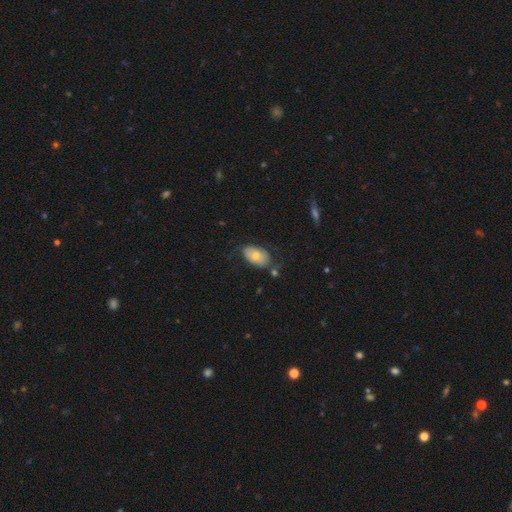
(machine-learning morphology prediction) A smooth galaxy with no disk features (68%) that is in between round and cigar-shaped (92%). Merging: none (57%).